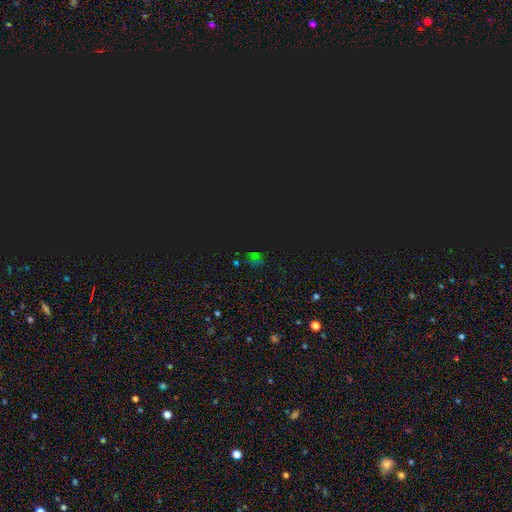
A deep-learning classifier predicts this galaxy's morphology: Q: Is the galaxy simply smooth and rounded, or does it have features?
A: star or artifact — 71%.